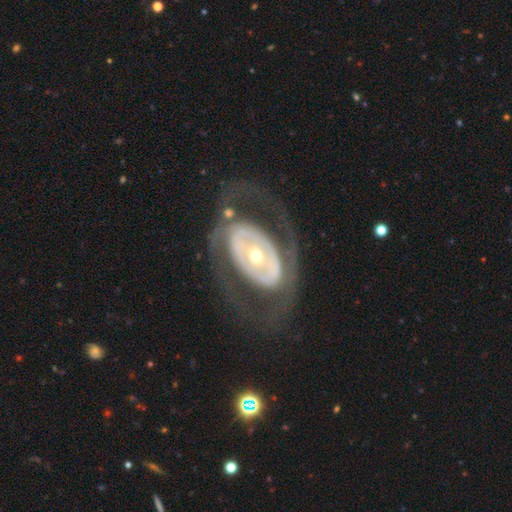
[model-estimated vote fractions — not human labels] Smooth or featured?
  - featured or disk: 79% *
  - smooth: 17%
  - star or artifact: 5%
Edge-on disk?
  - no: 93% *
  - yes: 7%
Bar?
  - no: 57% *
  - strong: 22%
  - weak: 21%
Spiral arms?
  - no: 57% *
  - yes: 43%
Bulge size?
  - moderate: 54% *
  - small: 39%
  - large: 5%
  - dominant: 1%
  - none: 1%
Merging?
  - none: 66% *
  - major disturbance: 19%
  - minor disturbance: 13%
  - merger: 2%